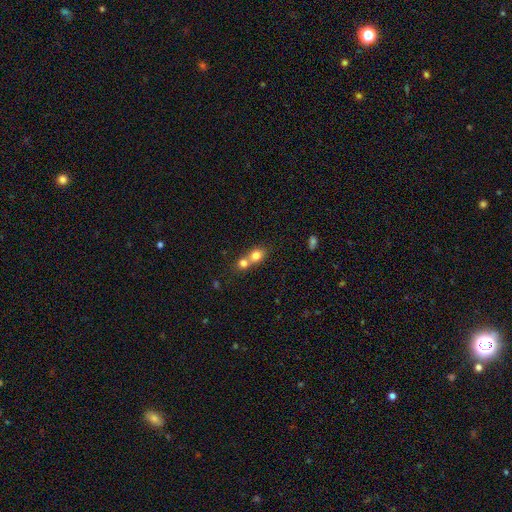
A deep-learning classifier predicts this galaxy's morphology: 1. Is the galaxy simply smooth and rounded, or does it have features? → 77% smooth, 12% featured or disk, 11% star or artifact.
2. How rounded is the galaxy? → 64% round, 34% in between, 2% cigar-shaped.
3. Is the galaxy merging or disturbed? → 65% merger, 28% none, 5% minor disturbance, 2% major disturbance.